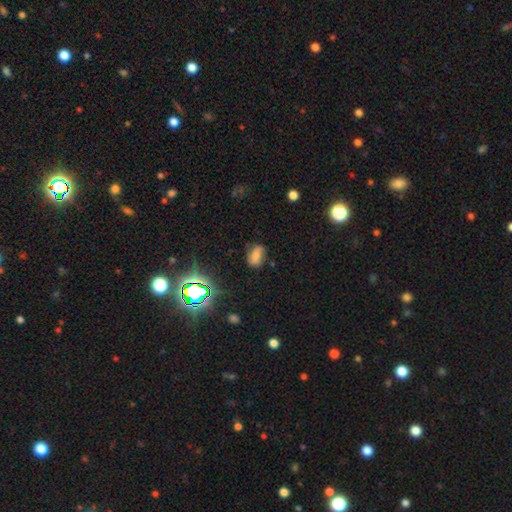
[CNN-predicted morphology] A smooth galaxy with no disk features (64%) that is in between round and cigar-shaped (84%). Merging: none (67%).